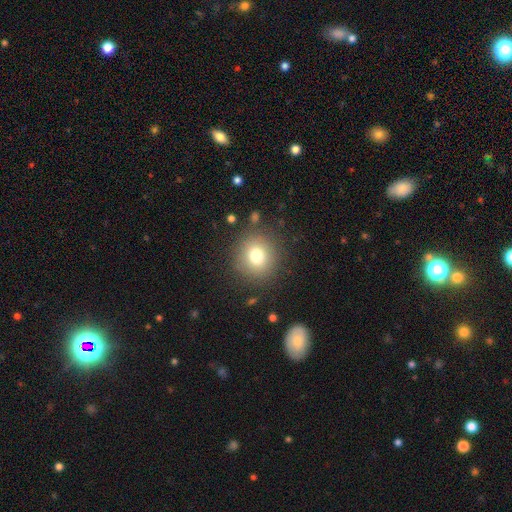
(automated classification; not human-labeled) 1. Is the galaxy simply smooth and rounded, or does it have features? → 77% smooth, 13% star or artifact, 10% featured or disk.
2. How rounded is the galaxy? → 90% round, 9% in between, 1% cigar-shaped.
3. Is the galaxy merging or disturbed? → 88% none, 7% minor disturbance, 3% major disturbance, 2% merger.